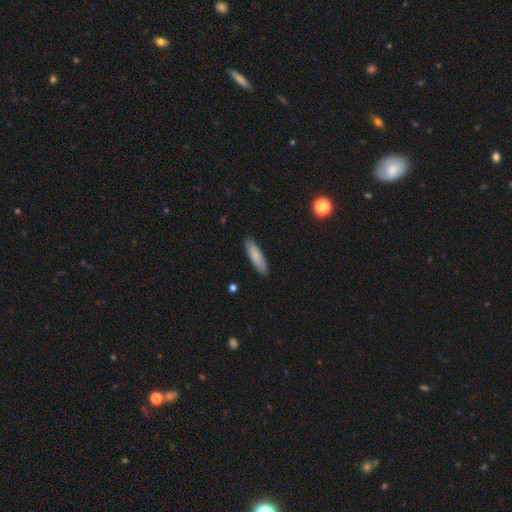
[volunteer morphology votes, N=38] This is clearly a smooth galaxy (87%). How rounded: likely cigar-shaped (70%). Merging: clearly none (92%).